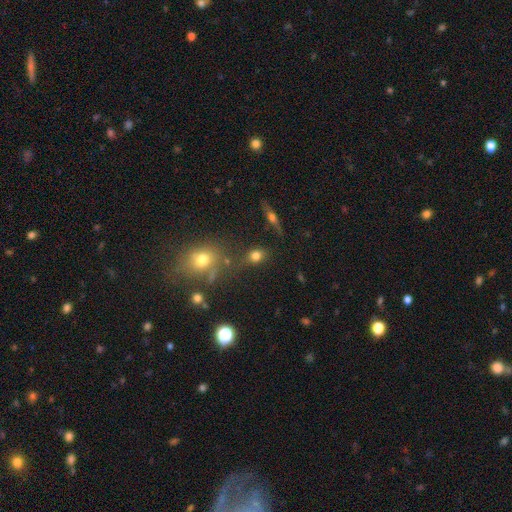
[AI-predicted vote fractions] smooth 74%, star or artifact 16%, featured or disk 10%. Down the decision tree: how rounded — round (62%); merging — none (69%).